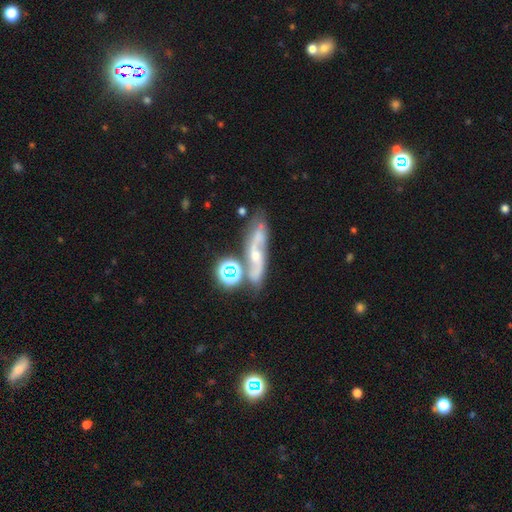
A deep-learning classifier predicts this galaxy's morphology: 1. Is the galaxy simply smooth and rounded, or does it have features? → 61% featured or disk, 20% smooth, 19% star or artifact.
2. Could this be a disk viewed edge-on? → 73% no, 27% yes.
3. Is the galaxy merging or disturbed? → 58% none, 17% minor disturbance, 16% merger, 9% major disturbance.